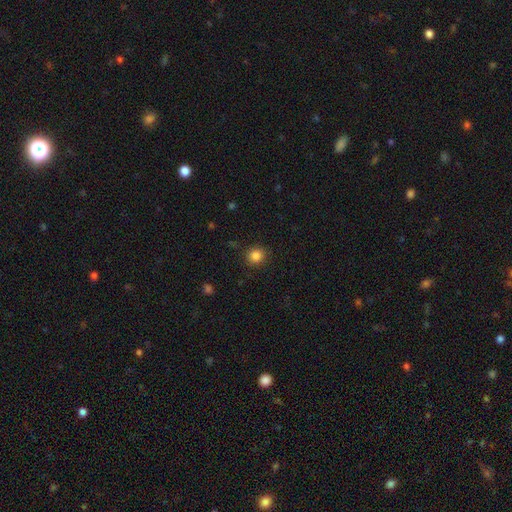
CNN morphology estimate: Smooth or featured?
  - smooth: 85% *
  - star or artifact: 11%
  - featured or disk: 4%
How rounded?
  - round: 89% *
  - in between: 11%
  - cigar-shaped: 1%
Merging?
  - none: 89% *
  - minor disturbance: 7%
  - major disturbance: 2%
  - merger: 1%